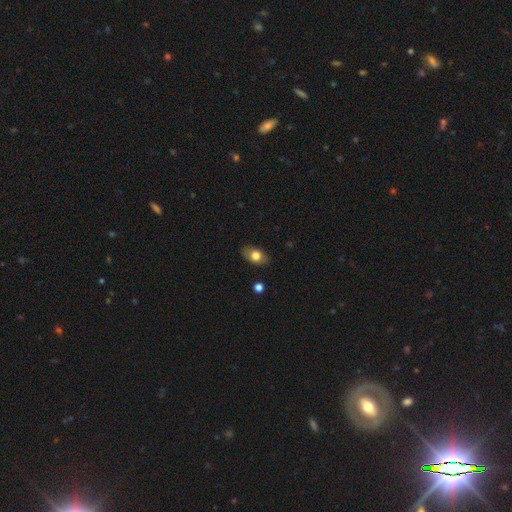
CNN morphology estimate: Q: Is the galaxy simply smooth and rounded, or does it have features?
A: smooth — 74%.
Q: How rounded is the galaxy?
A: in between — 87%.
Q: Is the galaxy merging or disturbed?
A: none — 84%.